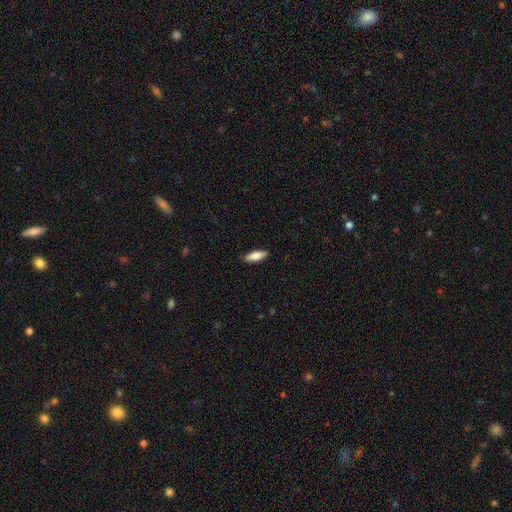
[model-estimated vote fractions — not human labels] Morphology: type=smooth (78%); roundness=in between (61%); merging=none (86%).